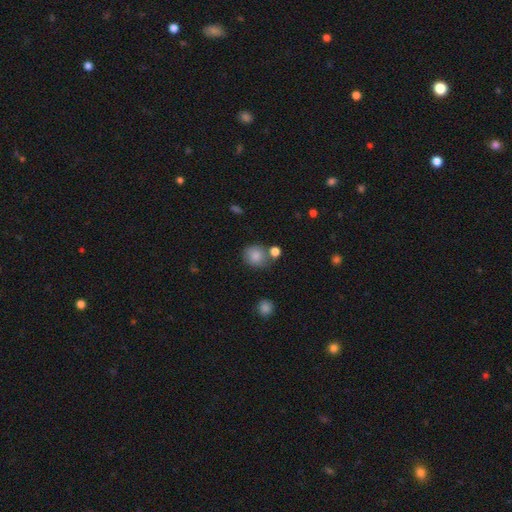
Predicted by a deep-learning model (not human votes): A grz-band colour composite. It shows a smooth galaxy with no disk features (84%) that is round (80%). Merging: none (66%).